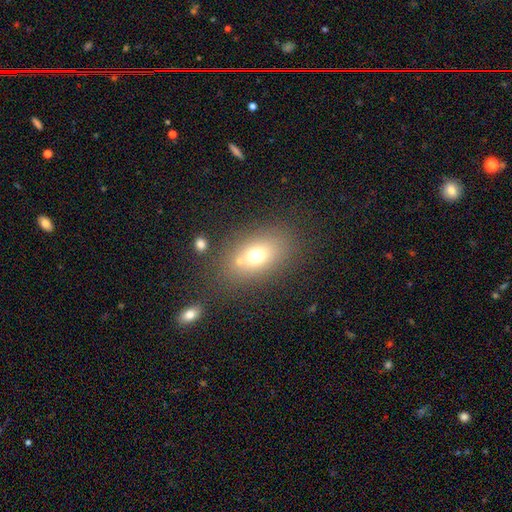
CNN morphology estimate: Smooth or featured?
  - smooth: 68% *
  - featured or disk: 17%
  - star or artifact: 15%
How rounded?
  - in between: 73% *
  - round: 25%
  - cigar-shaped: 2%
Merging?
  - none: 72% *
  - minor disturbance: 12%
  - merger: 10%
  - major disturbance: 6%